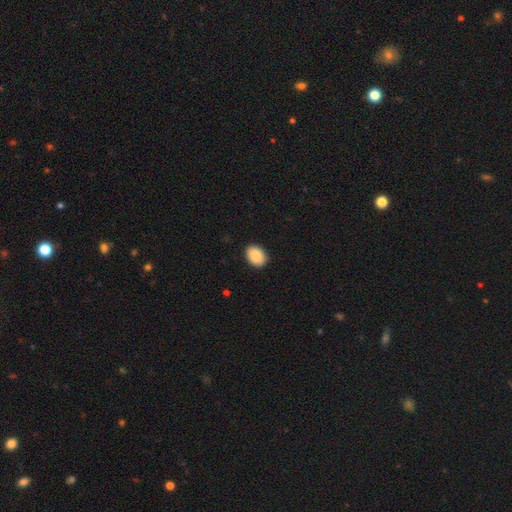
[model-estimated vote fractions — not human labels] A smooth galaxy with no disk features (90%) that is in between round and cigar-shaped (76%). Merging: none (90%).